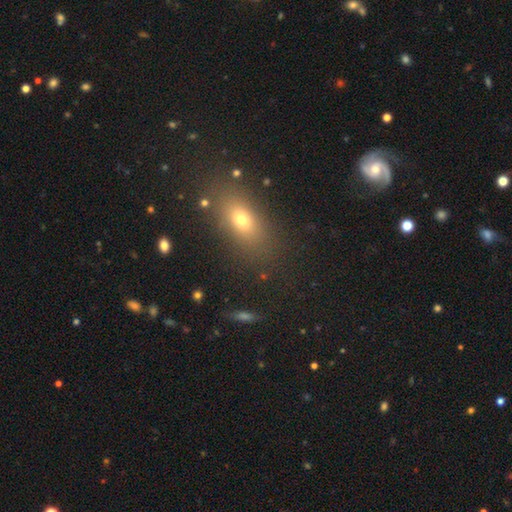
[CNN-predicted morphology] type=smooth (61%); roundness=in between (75%); merging=none (85%).